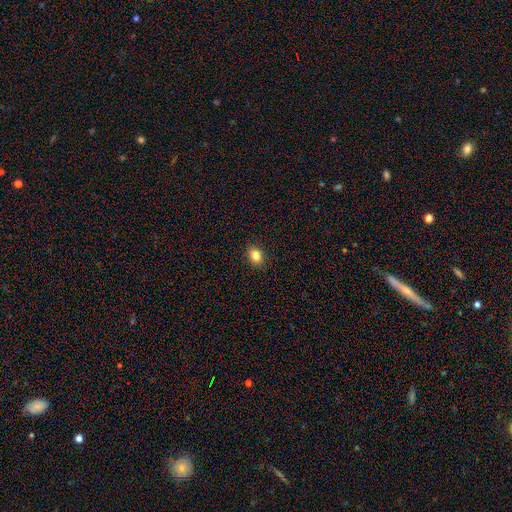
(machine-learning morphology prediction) Smooth or featured?
  - smooth: 84% *
  - star or artifact: 10%
  - featured or disk: 6%
How rounded?
  - in between: 66% *
  - round: 33%
  - cigar-shaped: 1%
Merging?
  - none: 90% *
  - minor disturbance: 7%
  - major disturbance: 2%
  - merger: 1%